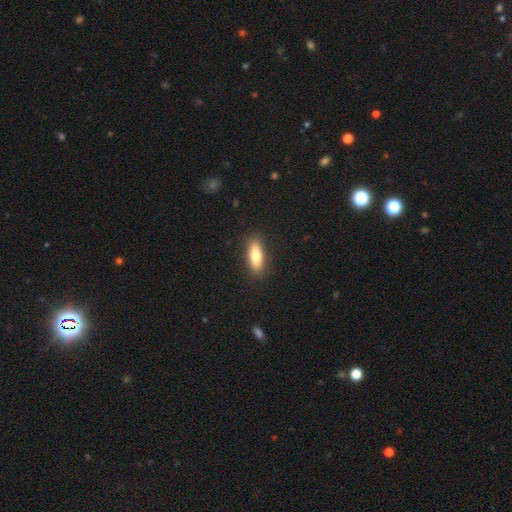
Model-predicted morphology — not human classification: Smooth or featured? Predicted: smooth (p=0.71). How rounded? Predicted: in between (p=0.53). Merging? Predicted: none (p=0.88).